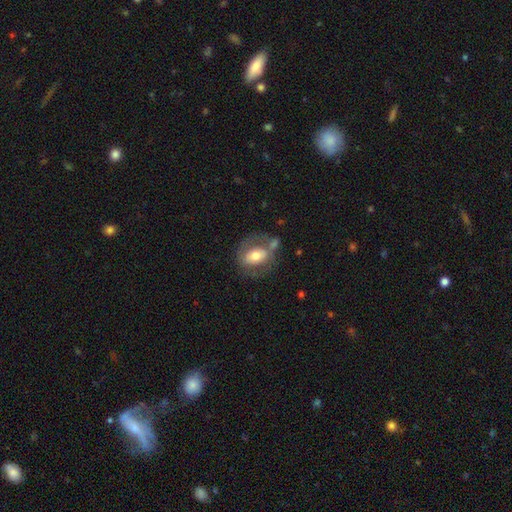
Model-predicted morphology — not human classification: This is possibly a smooth galaxy (51%). How rounded: likely in between (70%). Merging: possibly none (47%).